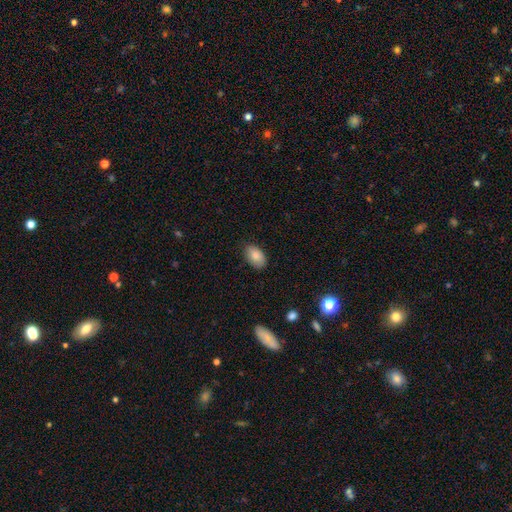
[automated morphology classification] smooth-or-featured: smooth: 85% | featured or disk: 8% | star or artifact: 7%
  how-rounded: in between: 91% | round: 8% | cigar-shaped: 1%
  merging: none: 83% | minor disturbance: 13% | major disturbance: 2% | merger: 1%